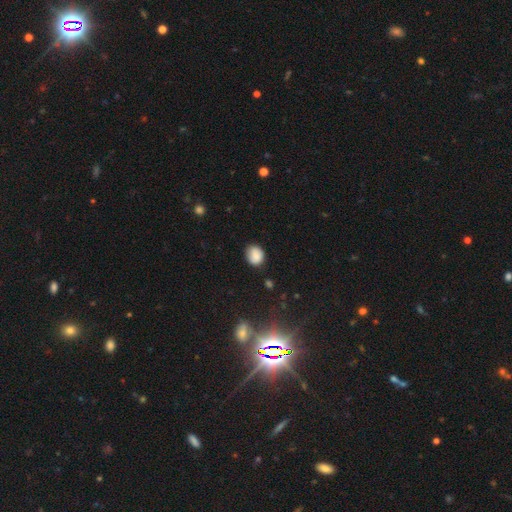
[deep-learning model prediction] This is clearly a smooth galaxy (83%). How rounded: likely round (62%). Merging: likely none (76%).